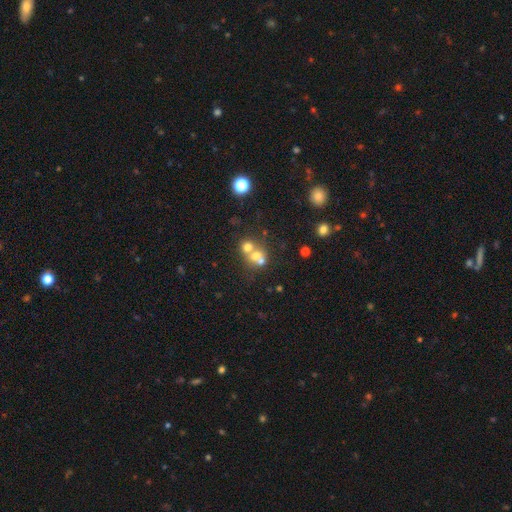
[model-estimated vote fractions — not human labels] smooth 61%, featured or disk 23%, star or artifact 16%. Down the decision tree: how rounded — round (76%); merging — merger (59%).